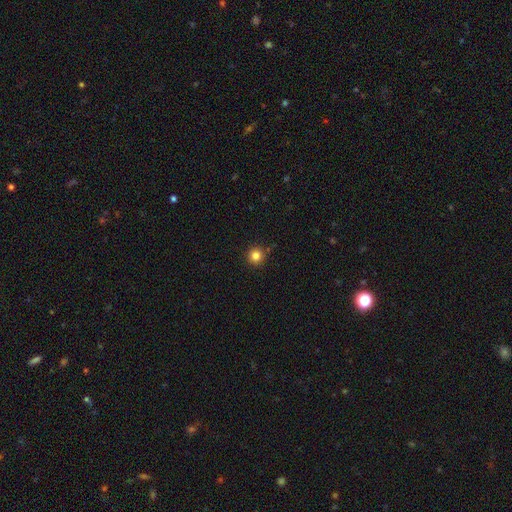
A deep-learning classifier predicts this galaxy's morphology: This is clearly a smooth galaxy (83%). How rounded: clearly round (96%). Merging: clearly none (90%).